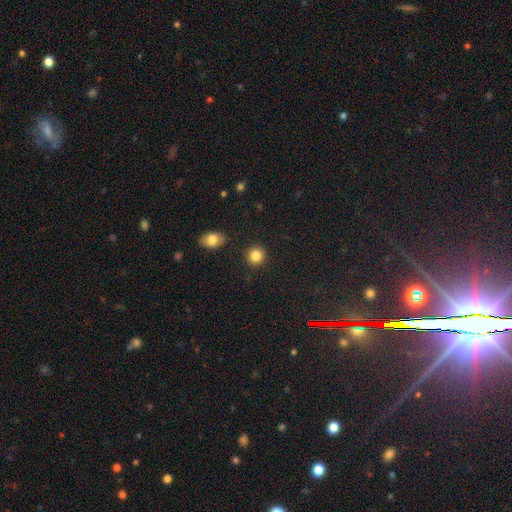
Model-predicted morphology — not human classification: Smooth or featured? smooth (85%)
How rounded? round (88%)
Merging? none (90%)